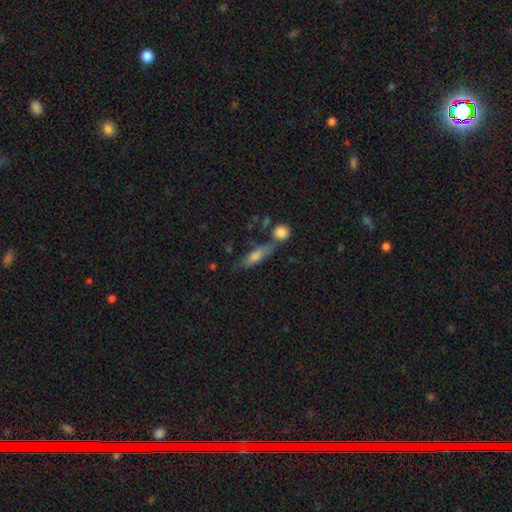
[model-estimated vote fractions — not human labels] A smooth galaxy with no disk features (61%) that is cigar-shaped (58%).

Vote fractions:
- Smooth or featured? smooth: 61% / featured or disk: 30% / star or artifact: 9%
- How rounded? cigar-shaped: 58% / in between: 38% / round: 4%
- Merging? none: 55% / merger: 22% / minor disturbance: 16% / major disturbance: 7%